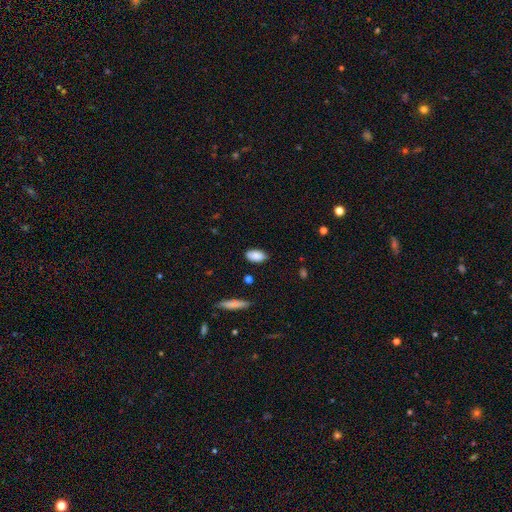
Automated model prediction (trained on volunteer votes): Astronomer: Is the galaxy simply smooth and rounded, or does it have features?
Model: smooth — 87%.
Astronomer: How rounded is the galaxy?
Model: in between — 93%.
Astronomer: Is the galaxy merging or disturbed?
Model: none — 82%.